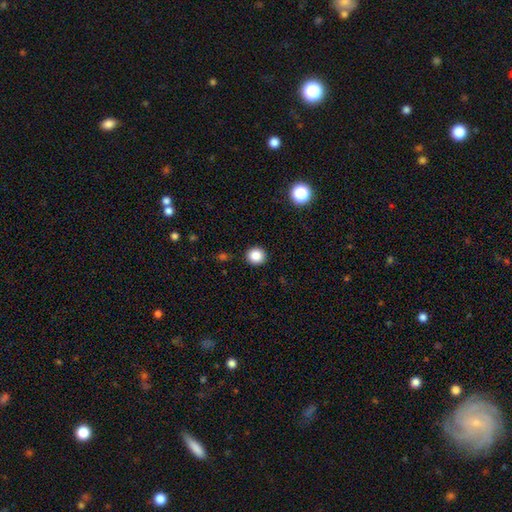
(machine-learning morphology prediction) This is clearly a smooth galaxy (86%). How rounded: clearly round (92%). Merging: clearly none (91%).